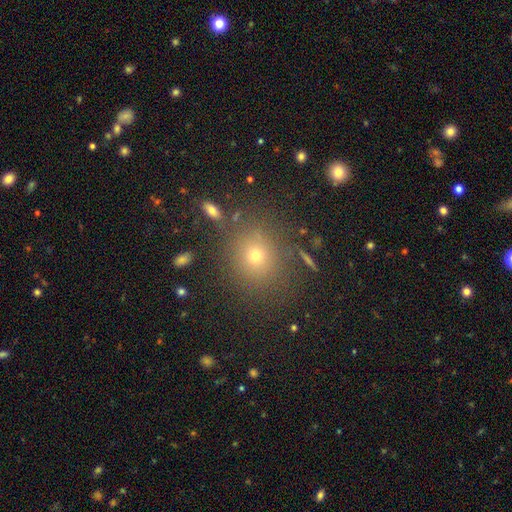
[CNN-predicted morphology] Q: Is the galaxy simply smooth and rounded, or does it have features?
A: smooth — 67%.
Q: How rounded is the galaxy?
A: round — 79%.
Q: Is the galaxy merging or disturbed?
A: none — 81%.